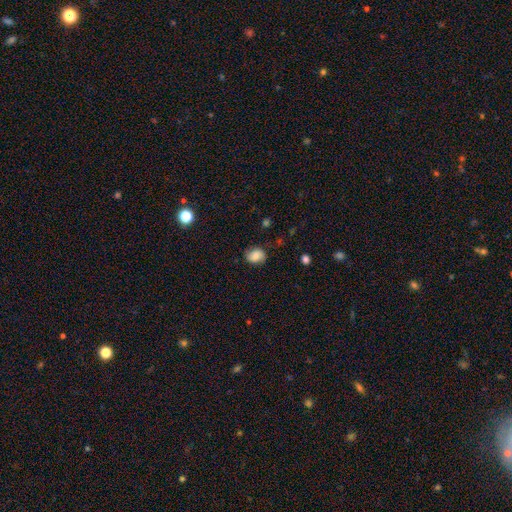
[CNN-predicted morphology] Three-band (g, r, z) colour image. It shows a smooth galaxy with no disk features (68%) that is in between round and cigar-shaped (56%). Merging: none (76%).